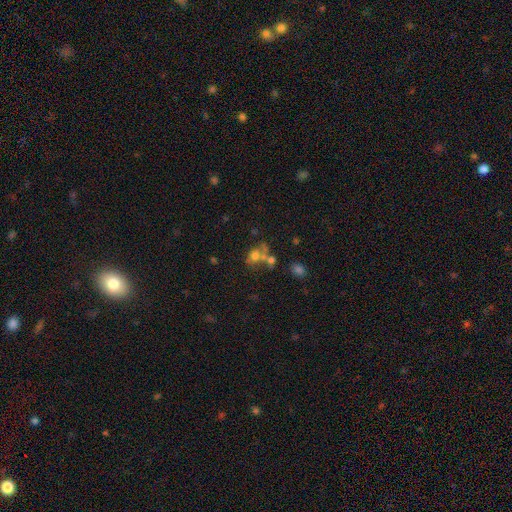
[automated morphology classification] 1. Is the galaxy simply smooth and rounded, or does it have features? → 61% smooth, 22% featured or disk, 17% star or artifact.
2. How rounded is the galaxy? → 54% round, 44% in between, 1% cigar-shaped.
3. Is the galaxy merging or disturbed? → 46% merger, 32% none, 11% minor disturbance, 10% major disturbance.